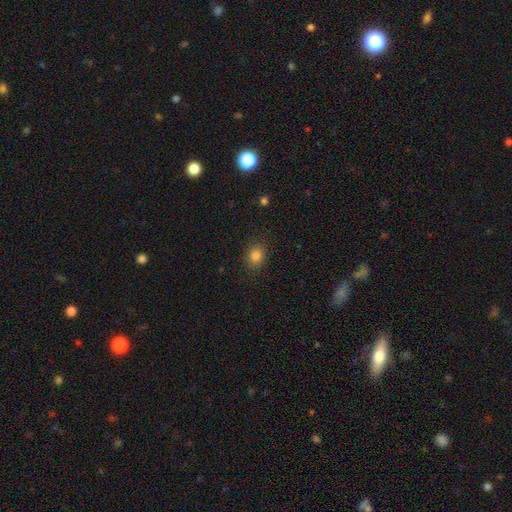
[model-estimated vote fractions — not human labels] This appears to be a smooth galaxy with no disk features (83%) that is round (62%). Merging: none (87%).